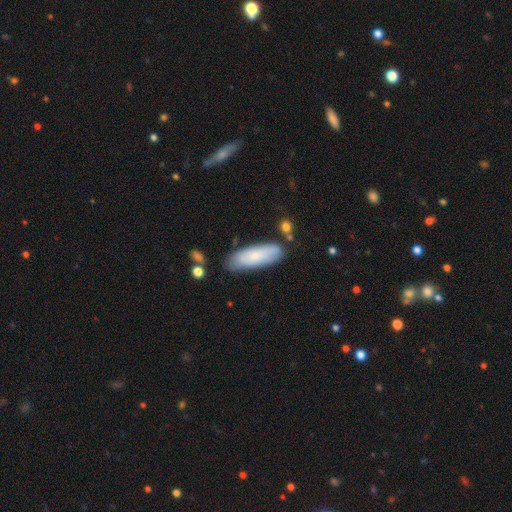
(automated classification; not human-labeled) Overall: smooth (72%). How rounded: in between (60%; cigar-shaped 38%). Merging: none (74%).